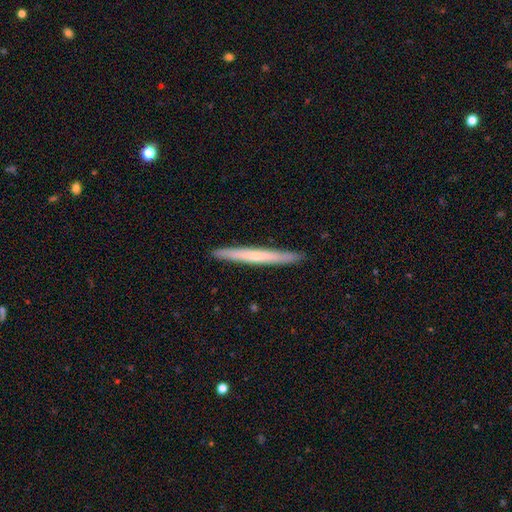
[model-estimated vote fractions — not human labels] Q: Smooth or featured?
A: smooth (53%); runner-up: featured or disk (41%)
Q: How rounded?
A: cigar-shaped (97%); runner-up: in between (2%)
Q: Merging?
A: none (92%); runner-up: minor disturbance (6%)